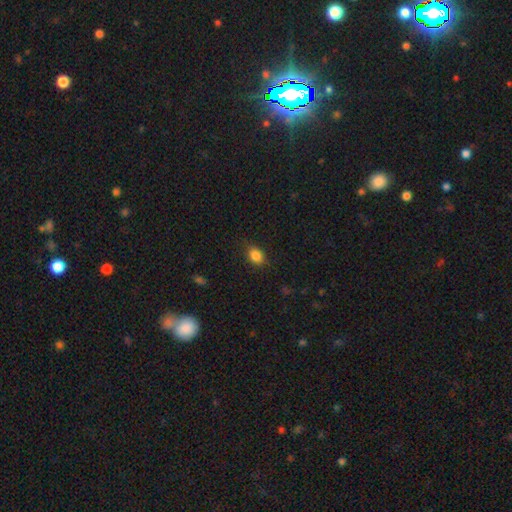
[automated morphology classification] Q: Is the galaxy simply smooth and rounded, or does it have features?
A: smooth — 86%.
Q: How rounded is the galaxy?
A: in between — 64%.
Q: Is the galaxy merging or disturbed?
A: none — 82%.